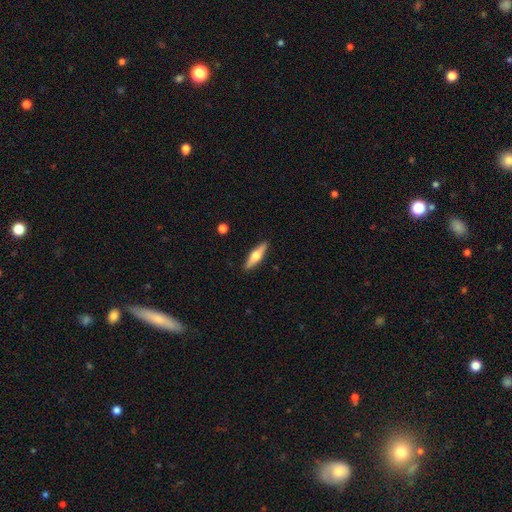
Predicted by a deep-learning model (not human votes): A featured or disk galaxy (54%) viewed edge-on (94%) with a rounded central bulge (94%). Merging: none (90%).